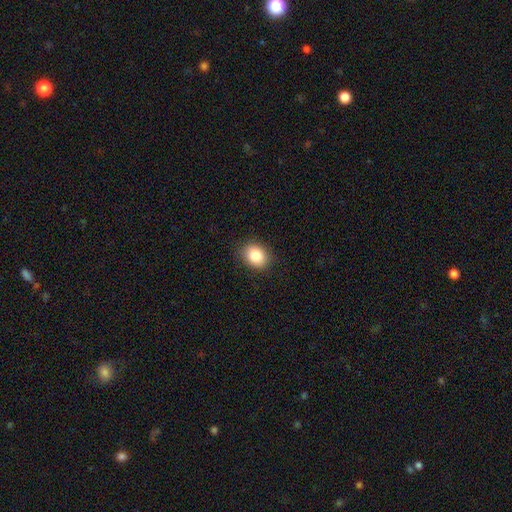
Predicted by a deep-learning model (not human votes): smooth-or-featured: smooth: 86% | star or artifact: 9% | featured or disk: 5%
  how-rounded: in between: 55% | round: 45% | cigar-shaped: 1%
  merging: none: 88% | minor disturbance: 9% | major disturbance: 2% | merger: 1%